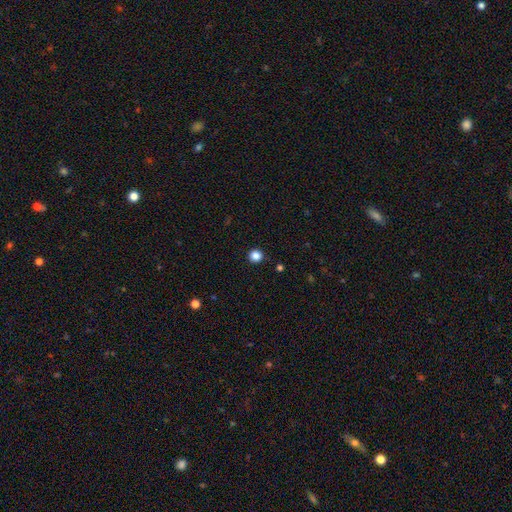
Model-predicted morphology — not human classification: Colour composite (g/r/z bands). It shows a smooth galaxy with no disk features (85%) that is round (94%). Merging: none (92%).